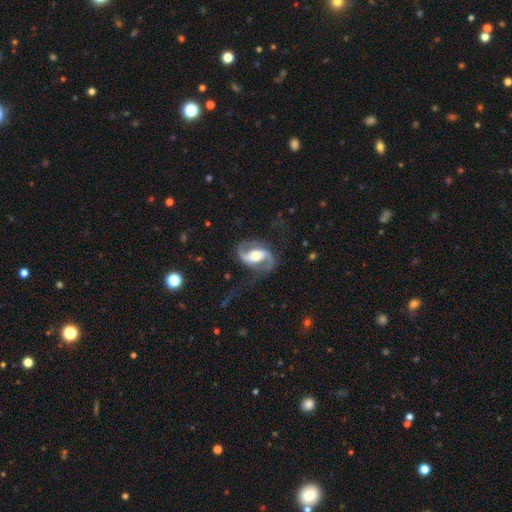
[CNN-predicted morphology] Overall: featured or disk (91%). Edge-on disk: no (98%). Bar: weak (36%; strong 33%). Spiral arms: yes (97%). Spiral arm count: 2 (93%). Spiral winding: medium (52%; loose 34%). Bulge size: moderate (66%). Merging: none (69%).